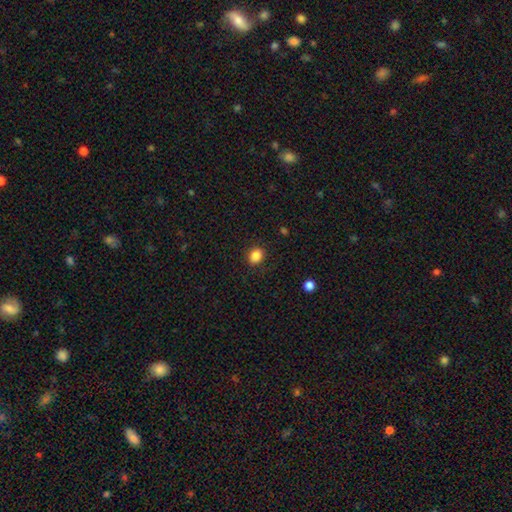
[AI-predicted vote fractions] Smooth or featured? smooth (86%)
How rounded? round (57%)
Merging? none (88%)